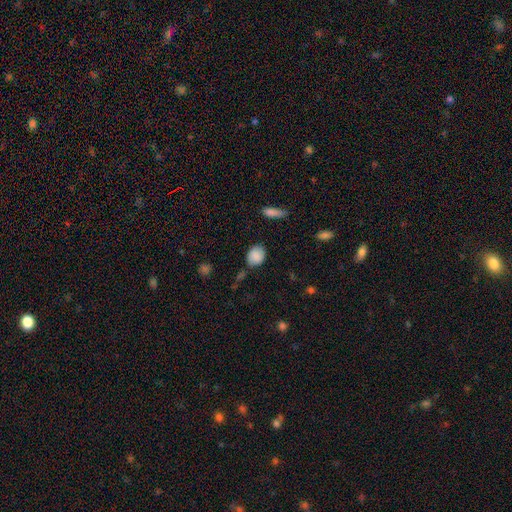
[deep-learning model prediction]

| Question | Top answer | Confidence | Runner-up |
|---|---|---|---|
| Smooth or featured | smooth | 85% | star or artifact (8%) |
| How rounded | round | 57% | in between (42%) |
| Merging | none | 74% | minor disturbance (18%) |